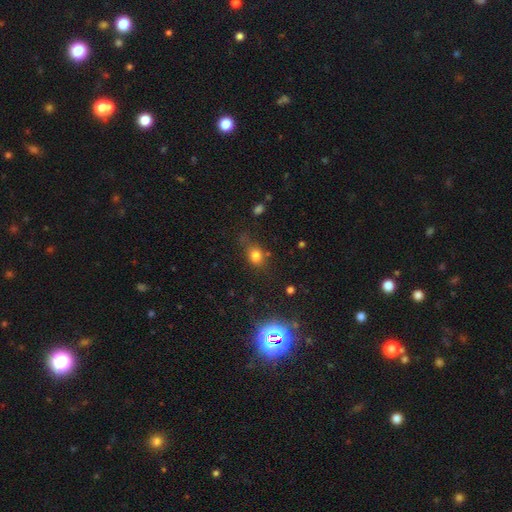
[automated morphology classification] Smooth or featured?
  - smooth: 75% *
  - star or artifact: 16%
  - featured or disk: 9%
How rounded?
  - in between: 53% *
  - round: 43%
  - cigar-shaped: 3%
Merging?
  - none: 60% *
  - minor disturbance: 24%
  - major disturbance: 11%
  - merger: 6%